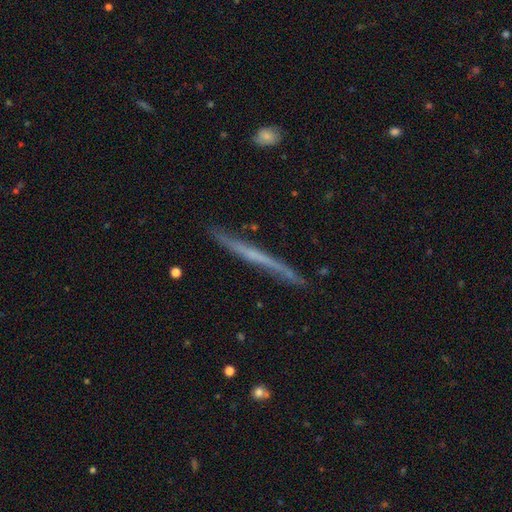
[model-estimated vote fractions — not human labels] featured or disk 61%, smooth 33%, star or artifact 6%. Down the decision tree: edge-on disk — yes (94%); edge-on bulge — none (85%); merging — none (81%).